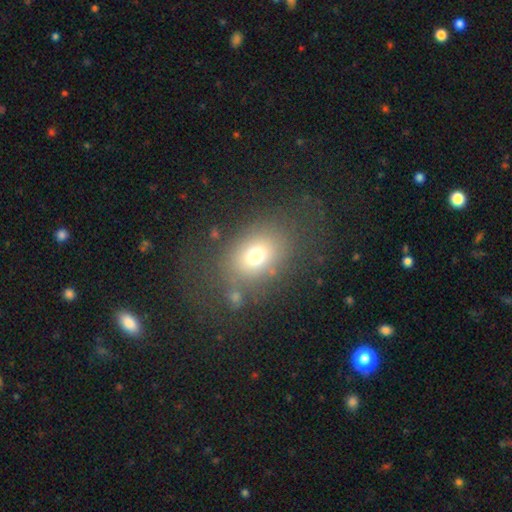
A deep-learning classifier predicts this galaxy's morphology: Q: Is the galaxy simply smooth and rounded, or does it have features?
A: smooth — 71%.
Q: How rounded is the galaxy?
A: in between — 61%.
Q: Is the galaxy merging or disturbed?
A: none — 70%.